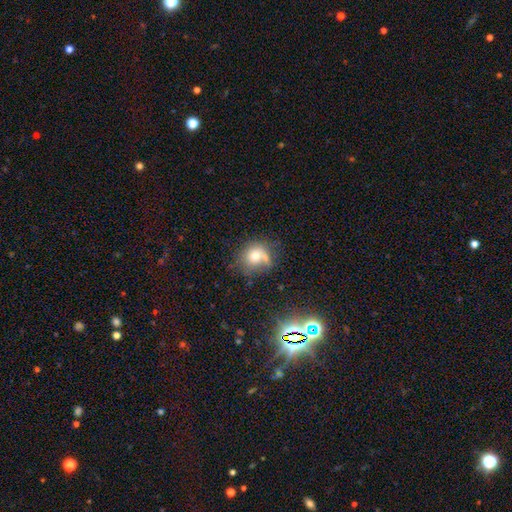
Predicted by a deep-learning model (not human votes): A smooth galaxy with no disk features (68%) that is round (70%).

Vote fractions:
- Smooth or featured? smooth: 68% / featured or disk: 18% / star or artifact: 15%
- How rounded? round: 70% / in between: 28% / cigar-shaped: 1%
- Merging? none: 47% / minor disturbance: 22% / merger: 16% / major disturbance: 15%